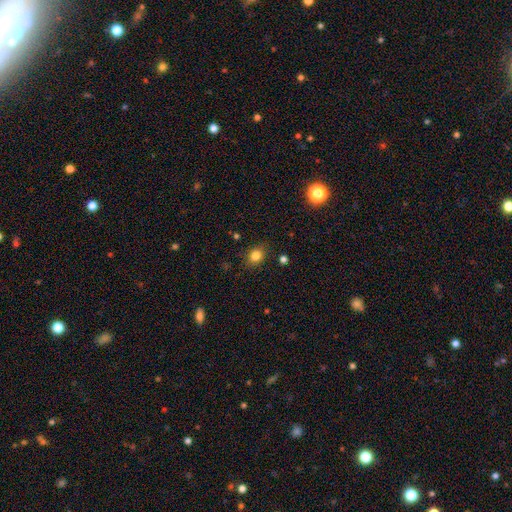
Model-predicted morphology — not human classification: A smooth galaxy with no disk features (82%) that is round (58%).

Vote fractions:
- Smooth or featured? smooth: 82% / star or artifact: 12% / featured or disk: 6%
- How rounded? round: 58% / in between: 41% / cigar-shaped: 1%
- Merging? none: 84% / minor disturbance: 12% / major disturbance: 3% / merger: 2%